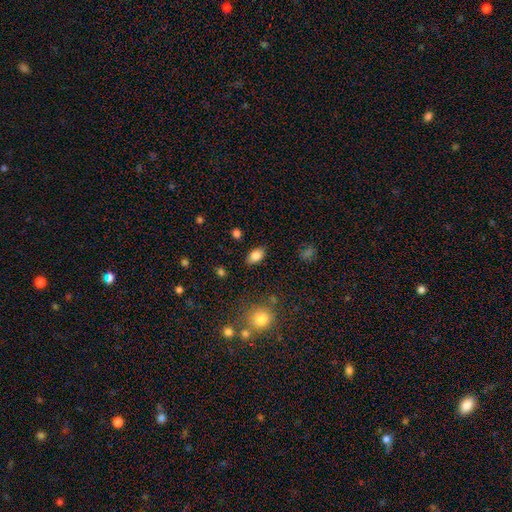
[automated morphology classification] Smooth or featured? Predicted: smooth (p=0.83). How rounded? Predicted: in between (p=0.90). Merging? Predicted: none (p=0.85).